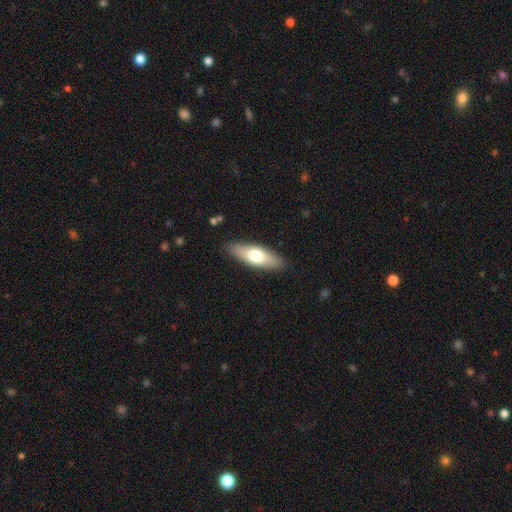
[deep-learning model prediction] Overall: smooth (64%; featured or disk 30%). How rounded: in between (58%; cigar-shaped 40%). Merging: none (88%).